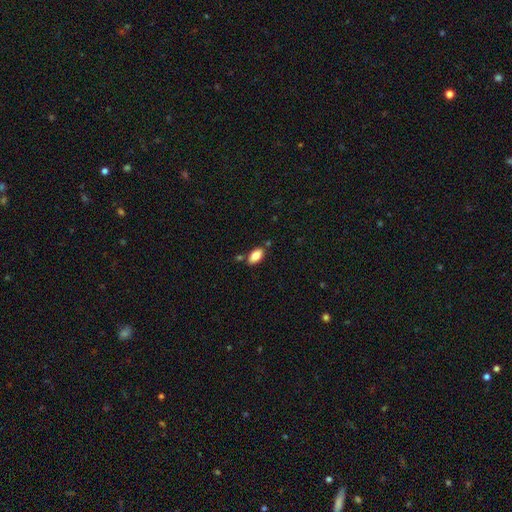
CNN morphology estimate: Smooth or featured? Predicted: smooth (p=0.81). How rounded? Predicted: in between (p=0.92). Merging? Predicted: none (p=0.79).